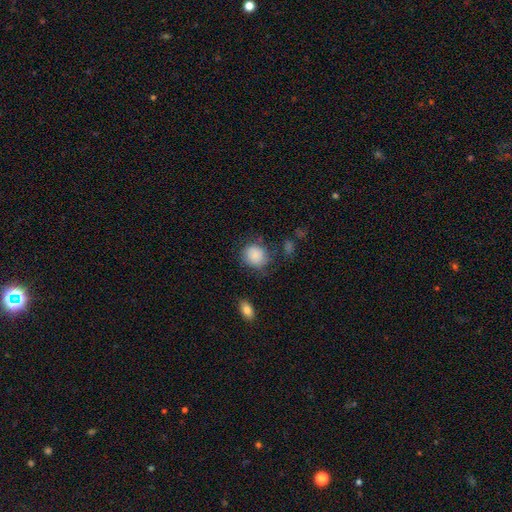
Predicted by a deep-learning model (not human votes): Overall: smooth (86%). How rounded: round (77%). Merging: none (69%).